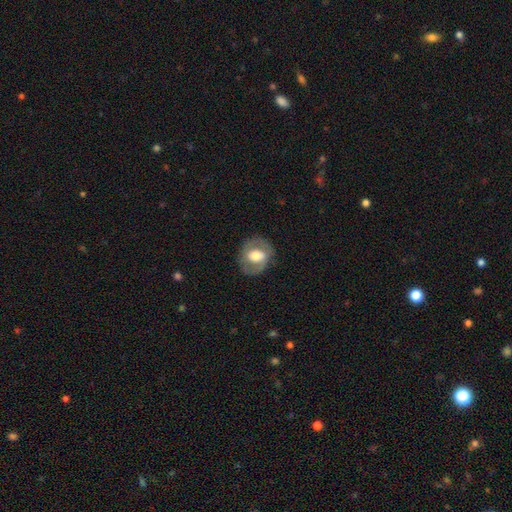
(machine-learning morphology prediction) Overall: featured or disk (48%; smooth 46%). Merging: none (77%).